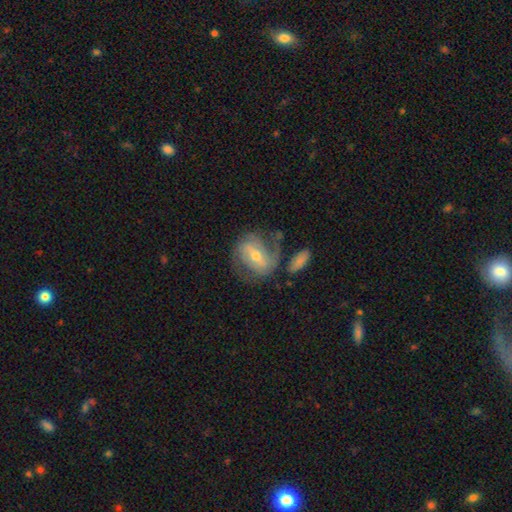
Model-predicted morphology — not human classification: The model was most divided on "bar": strong: 41%, weak: 40%, no: 19%. Remaining: edge-on disk — no (95%); spiral arms — yes (83%); spiral arm count — 2 (73%); smooth or featured — featured or disk (71%); bulge size — moderate (60%); merging — none (57%); spiral winding — medium (45%).